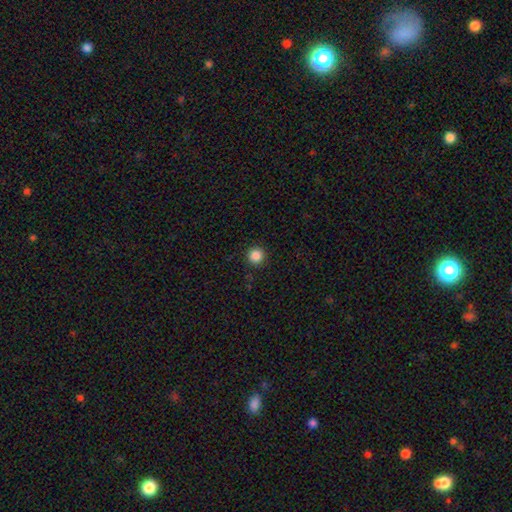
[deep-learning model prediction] Smooth or featured? smooth (86%)
How rounded? round (96%)
Merging? none (93%)